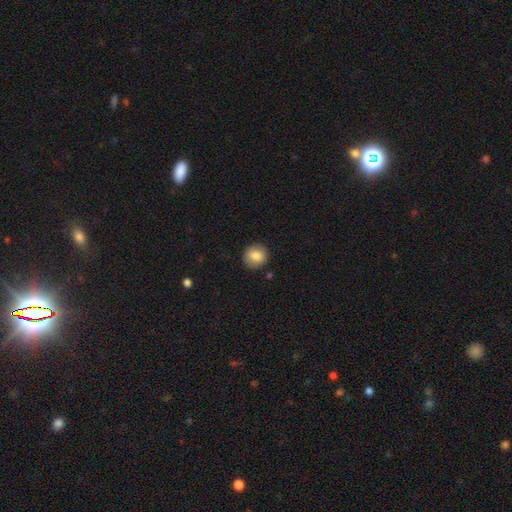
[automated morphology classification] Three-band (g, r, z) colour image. It shows a smooth galaxy with no disk features (85%) that is round (90%). Merging: none (89%).